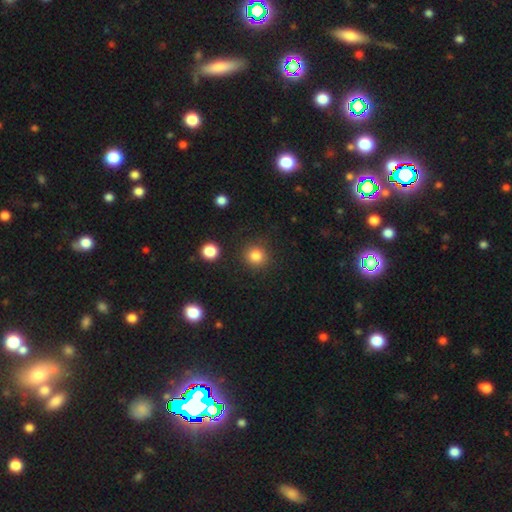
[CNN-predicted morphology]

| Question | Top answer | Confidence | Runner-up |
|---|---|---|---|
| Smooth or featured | smooth | 84% | star or artifact (12%) |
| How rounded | round | 92% | in between (7%) |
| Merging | none | 88% | minor disturbance (7%) |